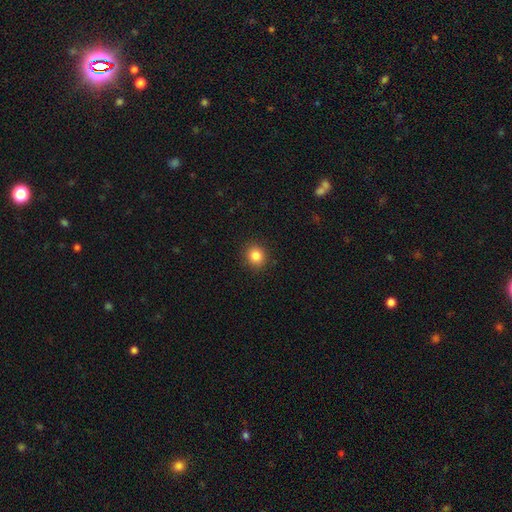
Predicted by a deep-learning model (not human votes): This appears to be a smooth galaxy with no disk features (85%) that is round (86%). Merging: none (91%).